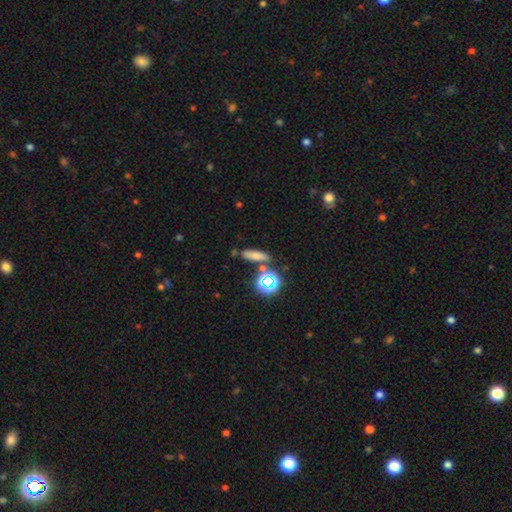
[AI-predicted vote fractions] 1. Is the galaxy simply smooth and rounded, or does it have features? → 68% smooth, 21% star or artifact, 11% featured or disk.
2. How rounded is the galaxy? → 47% cigar-shaped, 41% in between, 12% round.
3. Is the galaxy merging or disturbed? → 74% none, 13% minor disturbance, 10% merger, 4% major disturbance.